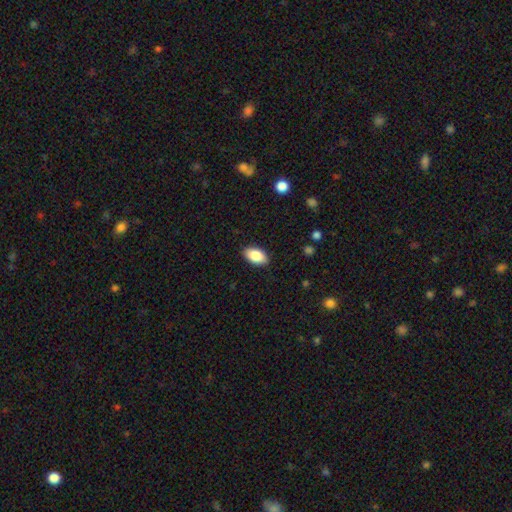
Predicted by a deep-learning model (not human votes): This appears to be a smooth galaxy with no disk features (86%) that is in between round and cigar-shaped (94%). Merging: none (88%).